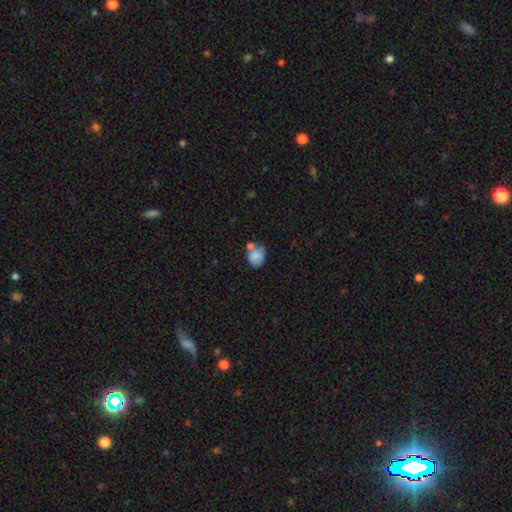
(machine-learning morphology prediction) Smooth or featured? smooth (80%)
How rounded? round (53%)
Merging? none (42%)